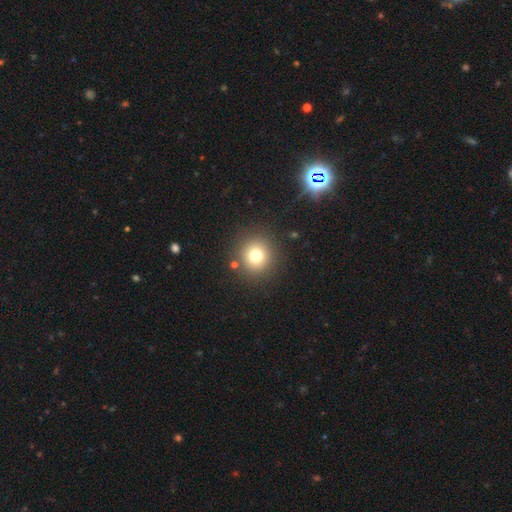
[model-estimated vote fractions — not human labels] Smooth or featured?
  - smooth: 76% *
  - star or artifact: 15%
  - featured or disk: 9%
How rounded?
  - round: 93% *
  - in between: 6%
  - cigar-shaped: 1%
Merging?
  - none: 88% *
  - minor disturbance: 6%
  - major disturbance: 3%
  - merger: 3%